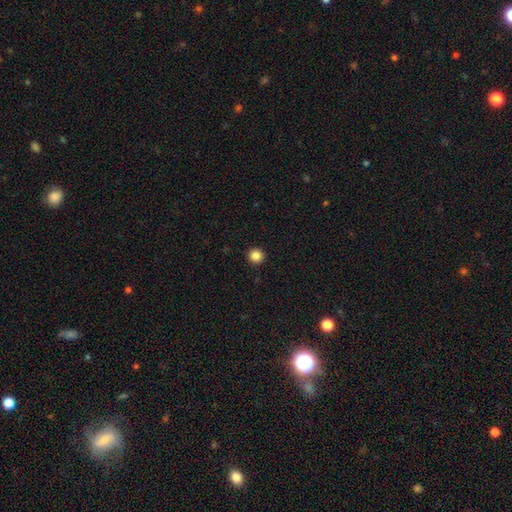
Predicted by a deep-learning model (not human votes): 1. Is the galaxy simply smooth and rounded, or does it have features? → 85% smooth, 11% star or artifact, 4% featured or disk.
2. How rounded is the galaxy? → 95% round, 4% in between, 1% cigar-shaped.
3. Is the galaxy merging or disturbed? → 94% none, 4% minor disturbance, 1% major disturbance, 1% merger.